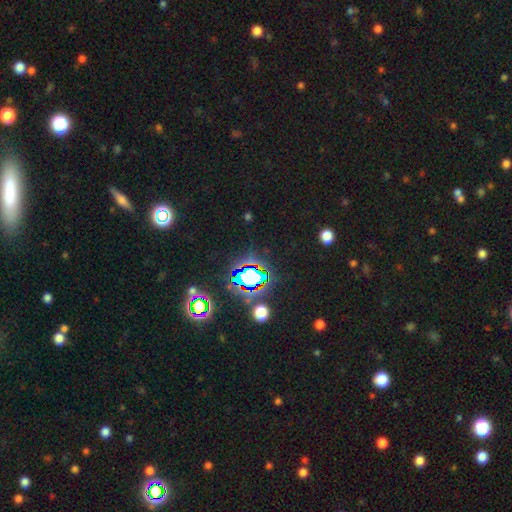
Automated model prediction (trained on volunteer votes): Smooth or featured: star or artifact — 78% (smooth — 14%)